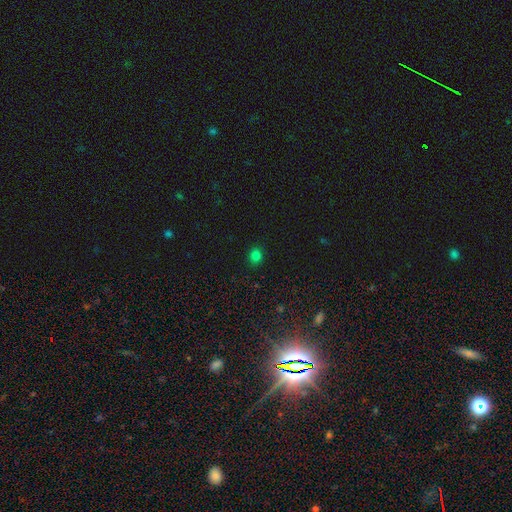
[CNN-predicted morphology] smooth-or-featured: smooth: 79% | star or artifact: 17% | featured or disk: 4%
  how-rounded: round: 80% | in between: 19% | cigar-shaped: 1%
  merging: none: 90% | minor disturbance: 7% | major disturbance: 2% | merger: 1%